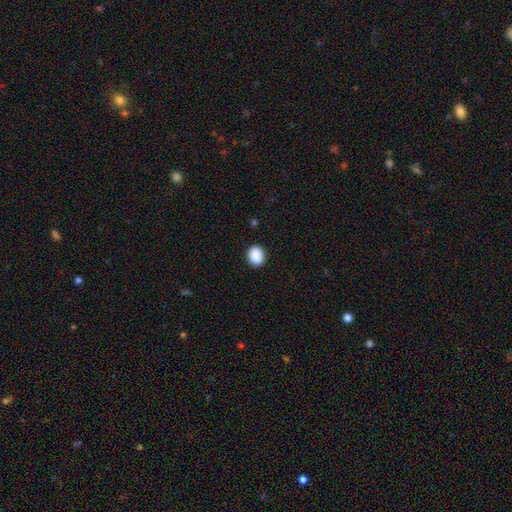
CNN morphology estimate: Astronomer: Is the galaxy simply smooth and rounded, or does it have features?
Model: smooth — 89%.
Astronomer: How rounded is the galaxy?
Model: round — 55% (runner-up: in between, 44%).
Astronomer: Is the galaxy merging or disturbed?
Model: none — 88%.